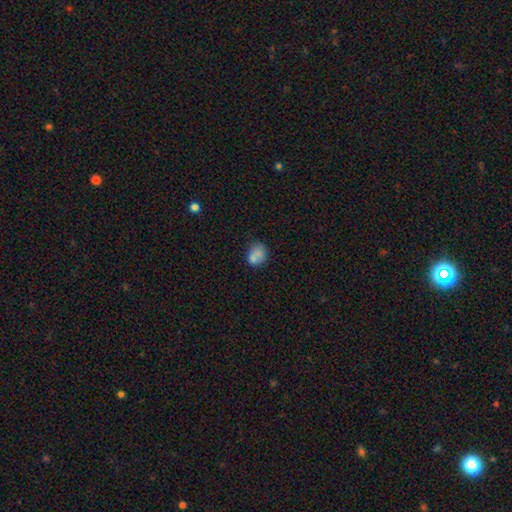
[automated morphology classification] Overall: smooth (74%). How rounded: round (61%; in between 38%). Merging: none (50%; merger 25%).